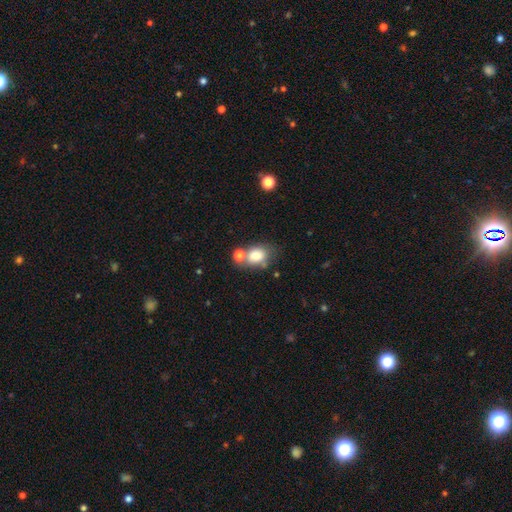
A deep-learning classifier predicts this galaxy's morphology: type=smooth (79%); roundness=in between (65%); merging=none (46%).